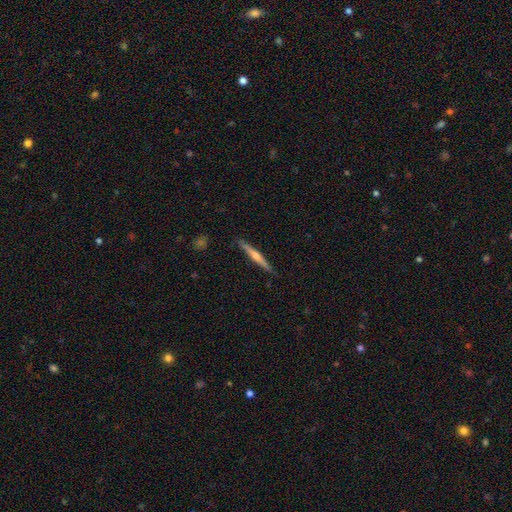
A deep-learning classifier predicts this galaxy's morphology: Smooth or featured? featured or disk (68%)
Edge-on disk? yes (98%)
Edge-on bulge? rounded (80%)
Merging? none (89%)